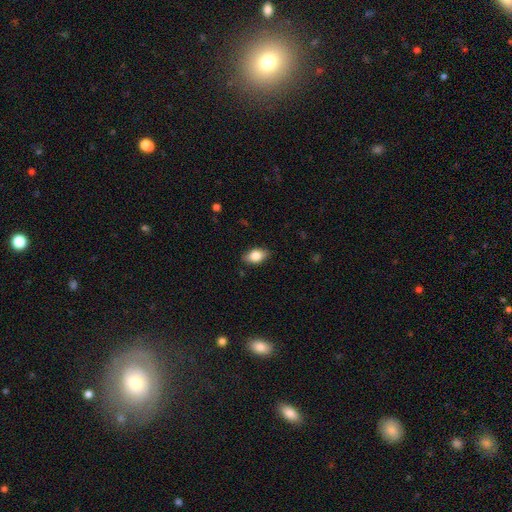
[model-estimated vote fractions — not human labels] smooth_or_featured: smooth (p=0.80) [alt: featured or disk p=0.12]
how_rounded: in between (p=0.87) [alt: round p=0.09]
merging: none (p=0.84) [alt: minor disturbance p=0.13]